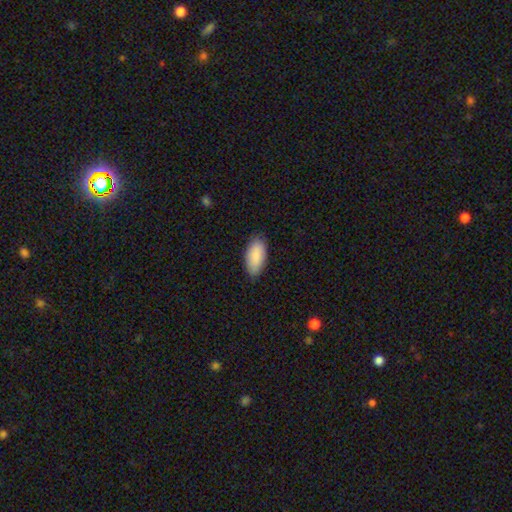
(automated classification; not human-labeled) This is clearly a smooth galaxy (89%). How rounded: clearly in between (93%). Merging: clearly none (84%).